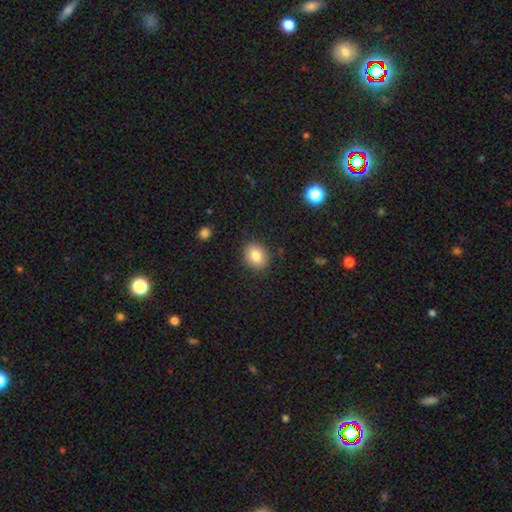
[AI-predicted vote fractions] A smooth galaxy with no disk features (82%) that is round (65%).

Vote fractions:
- Smooth or featured? smooth: 82% / star or artifact: 10% / featured or disk: 8%
- How rounded? round: 65% / in between: 35% / cigar-shaped: 1%
- Merging? none: 87% / minor disturbance: 9% / major disturbance: 2% / merger: 1%